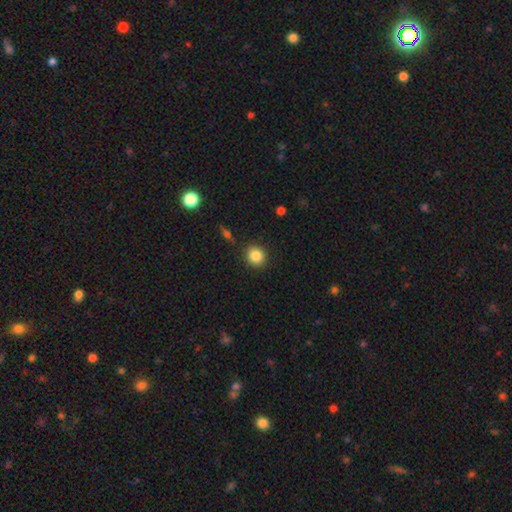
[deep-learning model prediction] smooth_or_featured: smooth (p=0.85) [alt: star or artifact p=0.10]
how_rounded: round (p=0.85) [alt: in between p=0.14]
merging: none (p=0.89) [alt: minor disturbance p=0.07]